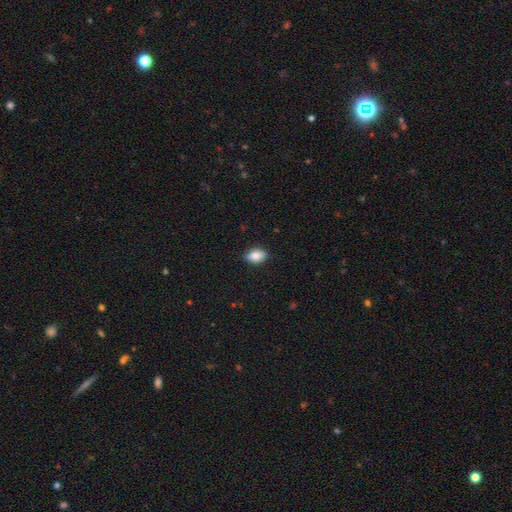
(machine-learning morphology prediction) Smooth or featured? smooth (81%)
How rounded? in between (83%)
Merging? none (83%)